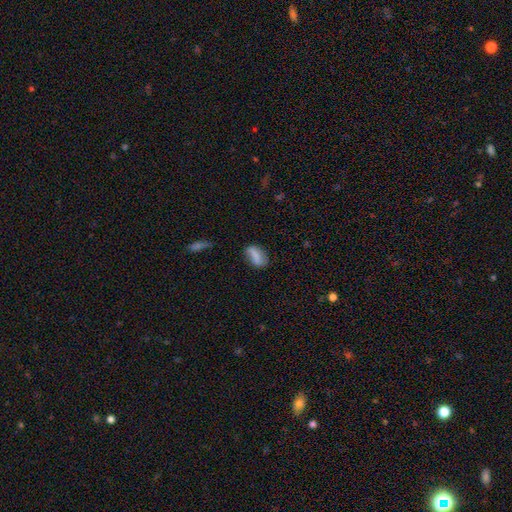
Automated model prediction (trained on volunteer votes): smooth_or_featured: smooth (p=0.71) [alt: featured or disk p=0.20]
how_rounded: in between (p=0.85) [alt: cigar-shaped p=0.08]
merging: none (p=0.65) [alt: minor disturbance p=0.23]